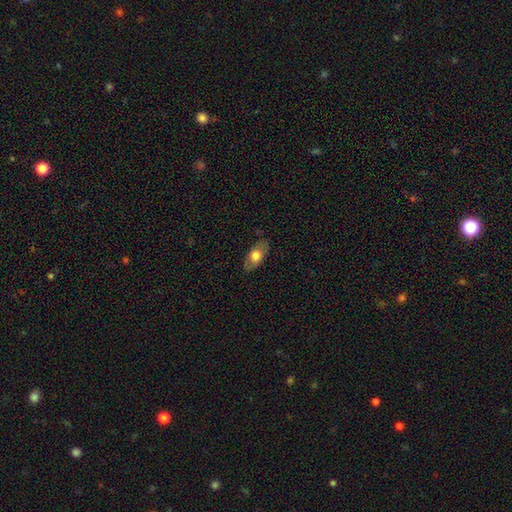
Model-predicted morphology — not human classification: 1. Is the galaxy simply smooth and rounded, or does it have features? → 61% smooth, 33% featured or disk, 6% star or artifact.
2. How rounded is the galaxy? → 88% in between, 7% round, 6% cigar-shaped.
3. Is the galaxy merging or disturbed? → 81% none, 15% minor disturbance, 4% major disturbance, 1% merger.